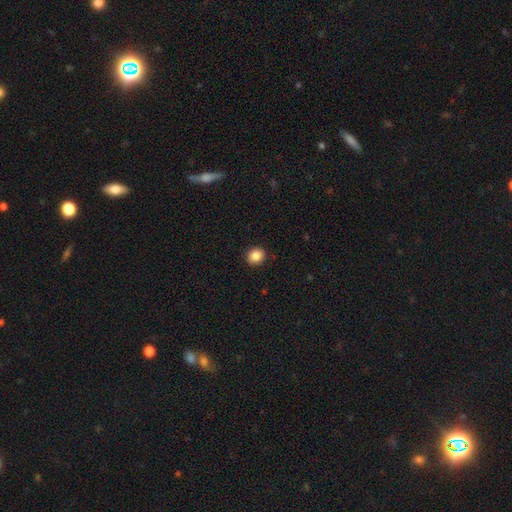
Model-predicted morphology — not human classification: This appears to be a smooth galaxy with no disk features (87%) that is round (84%). Merging: none (92%).